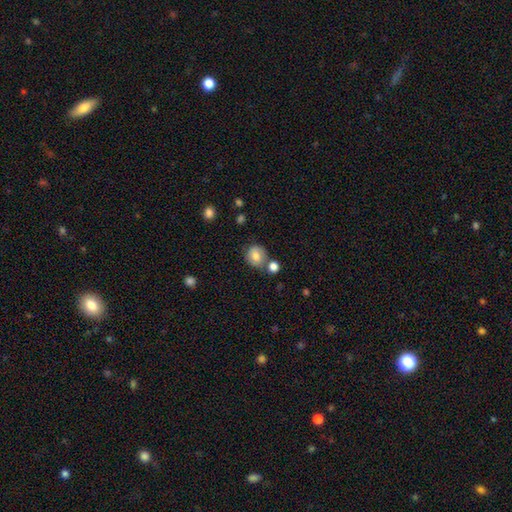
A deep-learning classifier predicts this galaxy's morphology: This is likely a smooth galaxy (76%). How rounded: likely round (80%). Merging: likely none (65%).